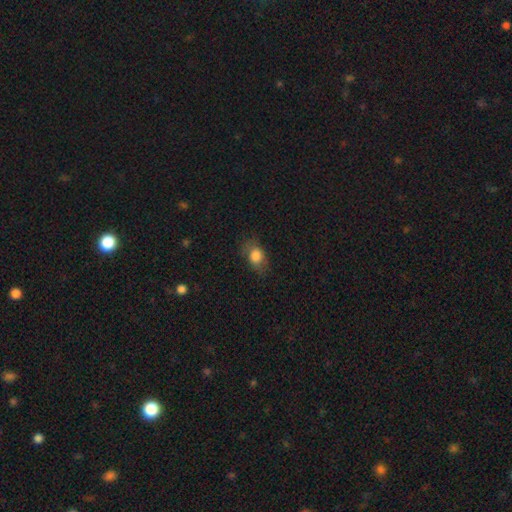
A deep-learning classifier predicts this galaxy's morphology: This is likely a smooth galaxy (80%). How rounded: likely in between (68%). Merging: likely none (67%).